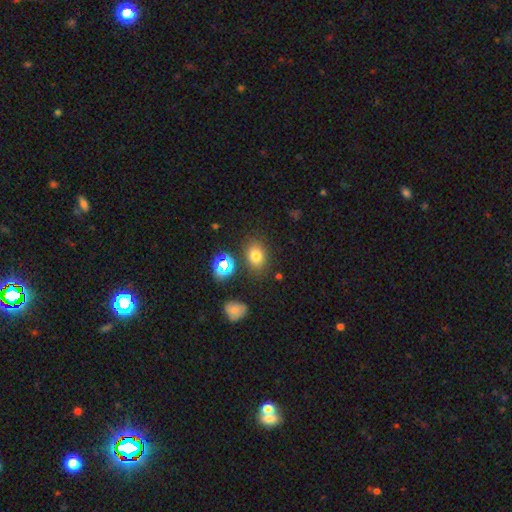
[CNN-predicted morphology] This appears to be a smooth galaxy with no disk features (71%) that is in between round and cigar-shaped (63%). Merging: none (79%).